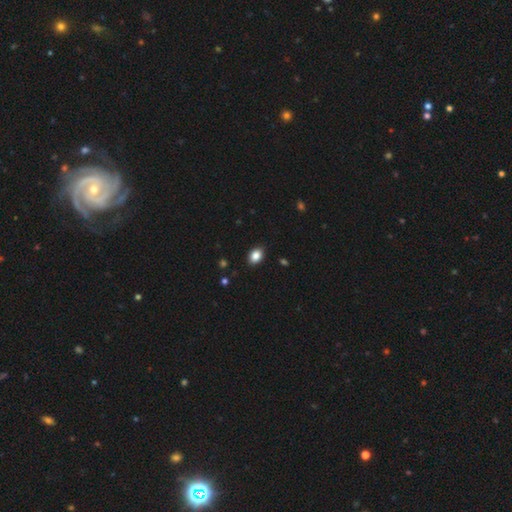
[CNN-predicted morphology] Overall: smooth (86%). How rounded: in between (73%). Merging: none (89%).